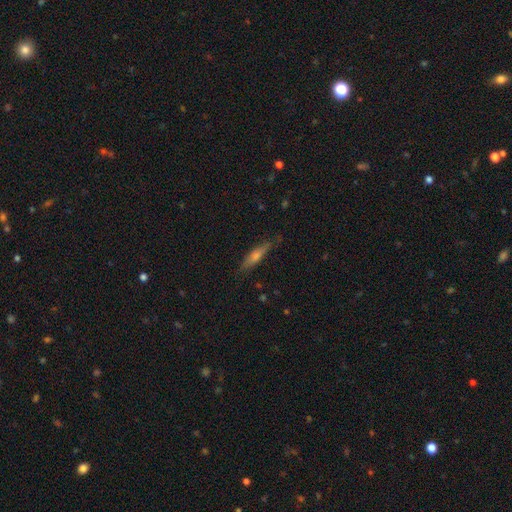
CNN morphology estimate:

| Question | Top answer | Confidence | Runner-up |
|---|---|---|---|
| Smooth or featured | featured or disk | 51% | smooth (40%) |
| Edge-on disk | yes | 92% | no (8%) |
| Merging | none | 84% | minor disturbance (13%) |